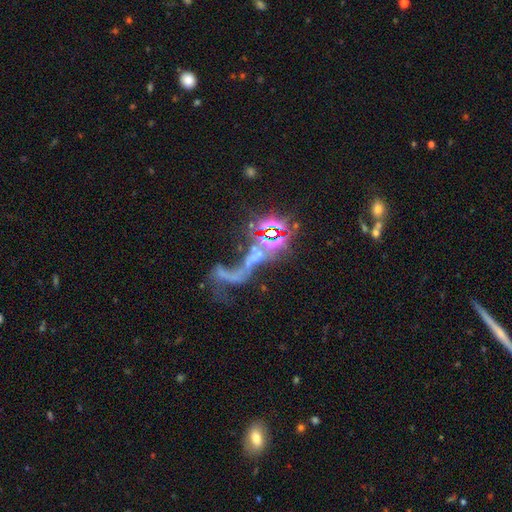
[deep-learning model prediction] star or artifact 49%, featured or disk 35%, smooth 16%.